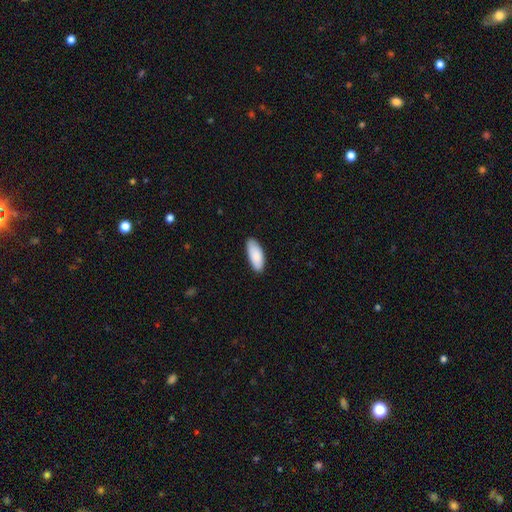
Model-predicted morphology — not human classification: smooth 89%, featured or disk 6%, star or artifact 5%. Down the decision tree: how rounded — in between (84%); merging — none (85%).